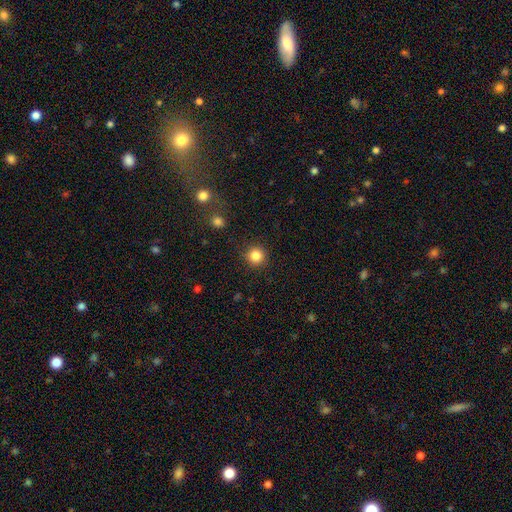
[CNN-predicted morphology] This is clearly a smooth galaxy (85%). How rounded: clearly round (95%). Merging: clearly none (90%).